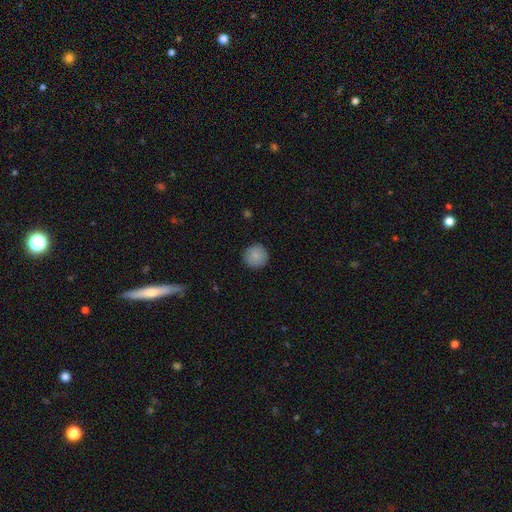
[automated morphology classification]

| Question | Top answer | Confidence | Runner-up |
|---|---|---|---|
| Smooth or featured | smooth | 86% | star or artifact (7%) |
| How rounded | round | 95% | in between (4%) |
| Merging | none | 90% | minor disturbance (7%) |